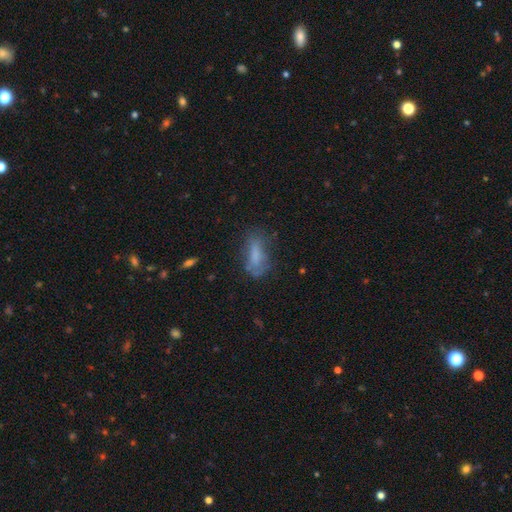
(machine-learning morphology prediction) Smooth or featured?
  - smooth: 63% *
  - featured or disk: 26%
  - star or artifact: 11%
How rounded?
  - in between: 73% *
  - cigar-shaped: 24%
  - round: 3%
Merging?
  - none: 54% *
  - minor disturbance: 27%
  - major disturbance: 16%
  - merger: 3%